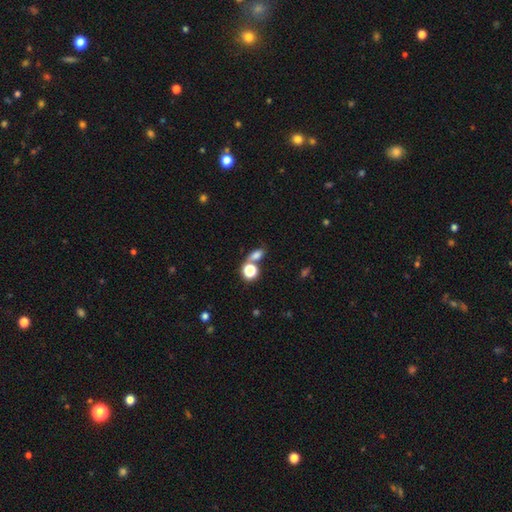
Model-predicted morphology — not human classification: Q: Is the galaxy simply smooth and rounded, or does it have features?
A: smooth — 73%.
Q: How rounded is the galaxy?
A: in between — 66%.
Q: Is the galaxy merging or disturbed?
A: none — 48%.